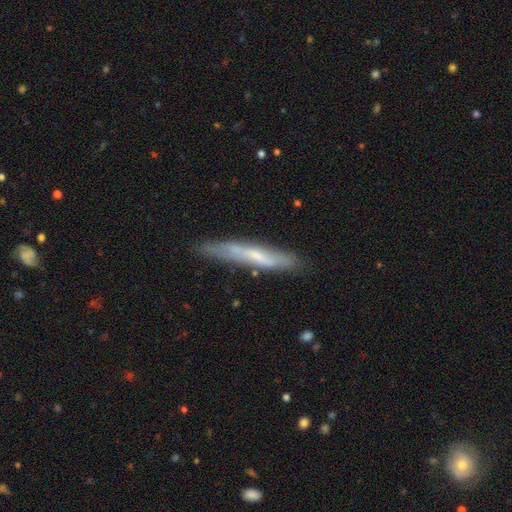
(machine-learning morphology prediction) type=featured or disk (49%); merging=none (74%).